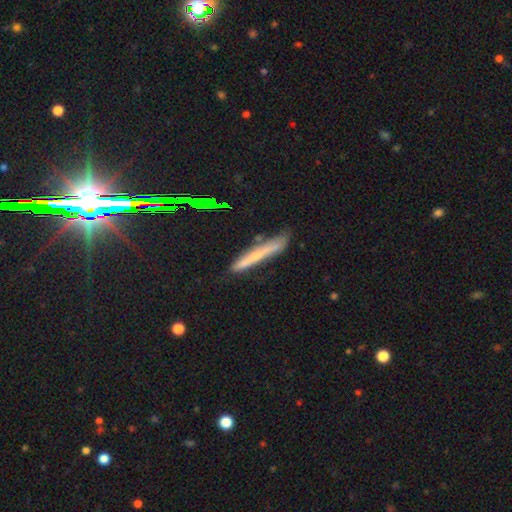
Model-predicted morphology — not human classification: smooth-or-featured: smooth: 46% | featured or disk: 43% | star or artifact: 11%
  merging: none: 69% | minor disturbance: 22% | major disturbance: 5% | merger: 4%